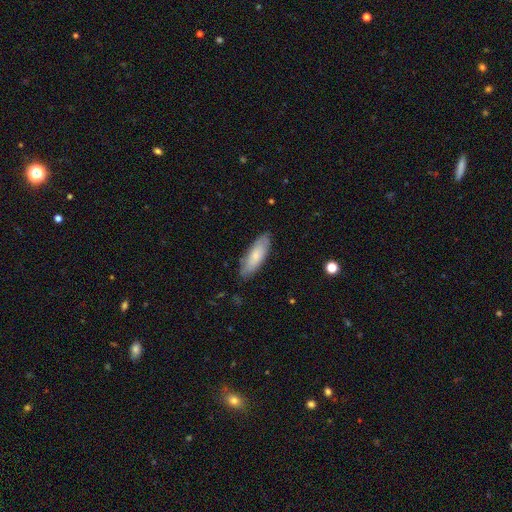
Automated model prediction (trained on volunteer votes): Morphology: type=smooth (73%); roundness=in between (59%); merging=none (82%).